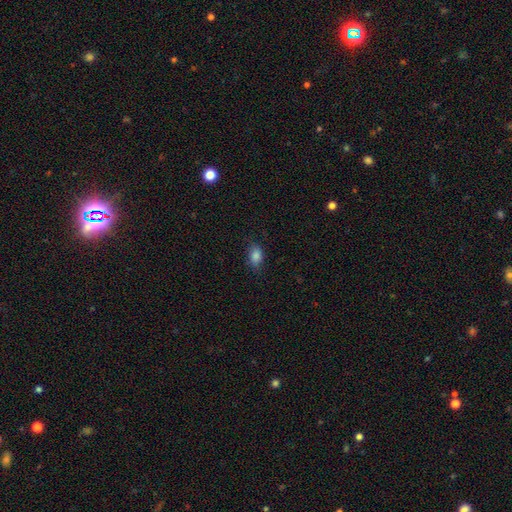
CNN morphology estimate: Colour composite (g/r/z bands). It shows a smooth galaxy with no disk features (84%) that is in between round and cigar-shaped (82%). Merging: none (76%).